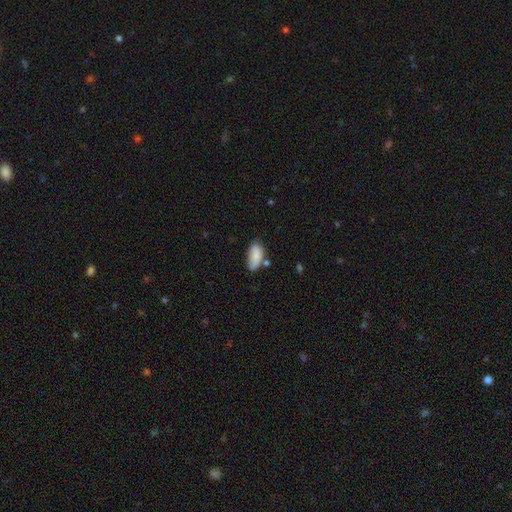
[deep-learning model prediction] The model was most divided on "merging": none: 59%, minor disturbance: 26%, merger: 9%, major disturbance: 6%. More confident: how rounded — in between (91%); smooth or featured — smooth (85%).